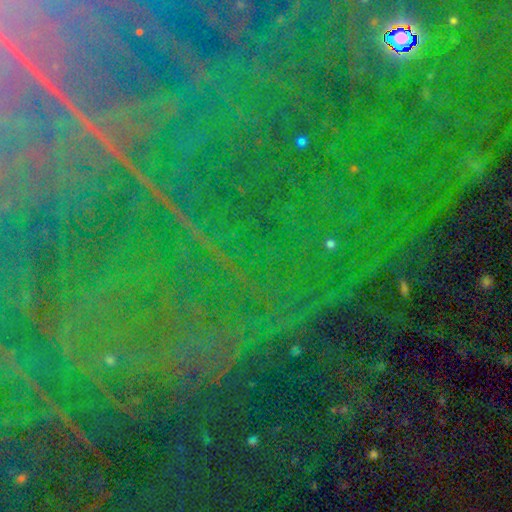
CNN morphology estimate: Q: Smooth or featured?
A: star or artifact (87%); runner-up: featured or disk (7%)